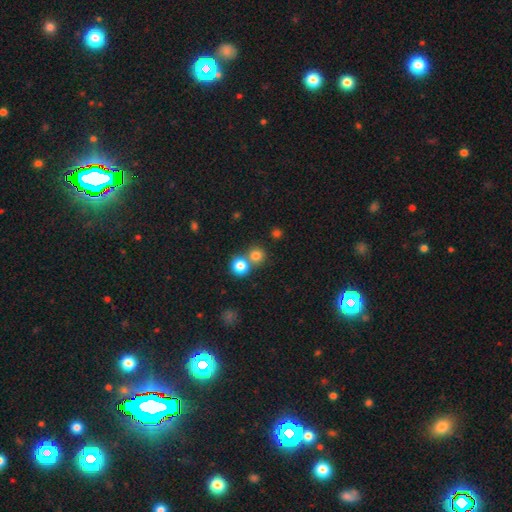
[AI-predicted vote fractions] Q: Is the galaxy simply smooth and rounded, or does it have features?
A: smooth — 77%.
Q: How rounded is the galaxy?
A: round — 90%.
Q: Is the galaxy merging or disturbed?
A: none — 59%.